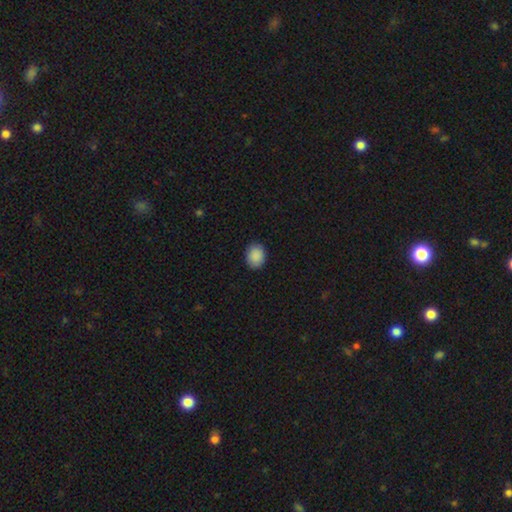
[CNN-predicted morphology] This is clearly a smooth galaxy (90%). How rounded: possibly in between (52%). Merging: clearly none (88%).